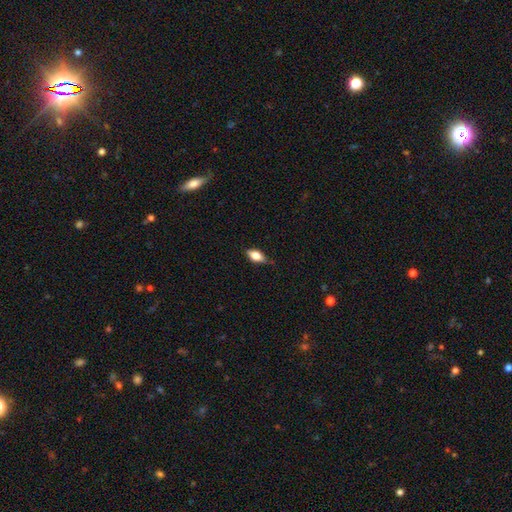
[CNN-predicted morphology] A smooth galaxy with no disk features (74%) that is in between round and cigar-shaped (85%). Merging: none (74%).